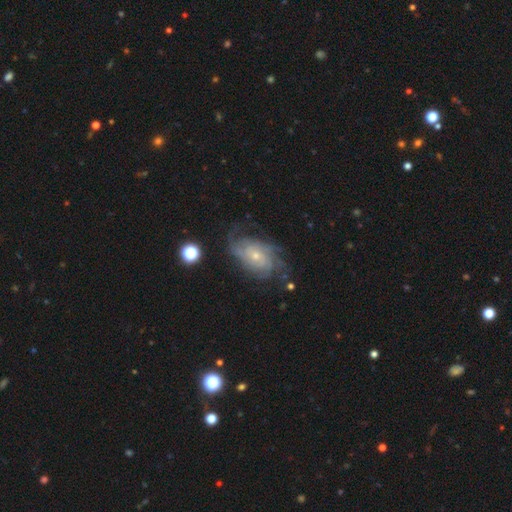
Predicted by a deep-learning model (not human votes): This is clearly a featured or disk galaxy (84%). It is clearly not viewed edge-on (96%). Bar: likely no (73%). Spiral arm pattern: clearly yes (95%). Spiral arm count: marginally can't tell (35%). Spiral winding: possibly tight (55%). Central bulge: likely small (69%). Merging: likely none (64%).